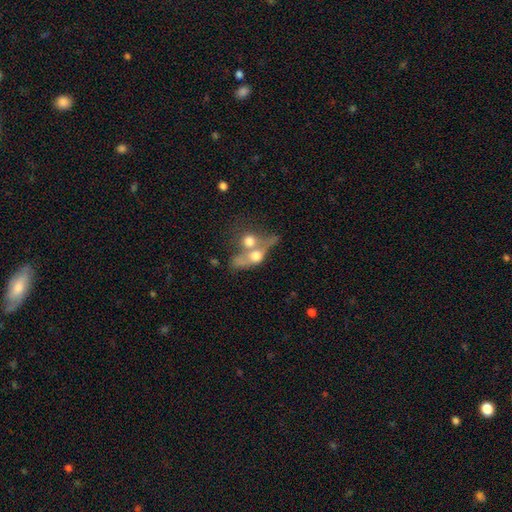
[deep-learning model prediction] smooth_or_featured: smooth (p=0.52) [alt: featured or disk p=0.37]
how_rounded: in between (p=0.46) [alt: round p=0.41]
merging: merger (p=0.66) [alt: none p=0.17]